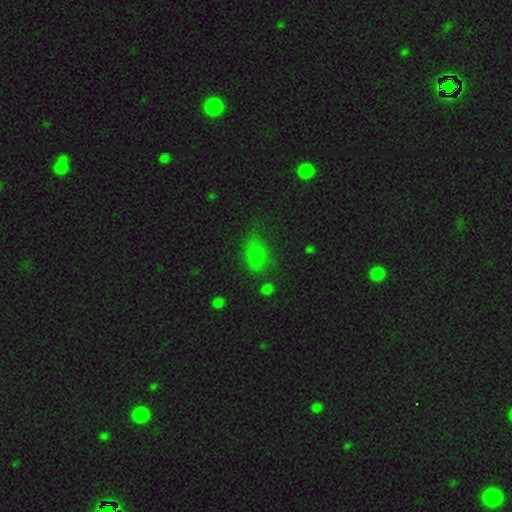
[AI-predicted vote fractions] smooth-or-featured: smooth: 71% | star or artifact: 19% | featured or disk: 10%
  how-rounded: in between: 82% | round: 15% | cigar-shaped: 4%
  merging: none: 50% | minor disturbance: 29% | major disturbance: 16% | merger: 5%